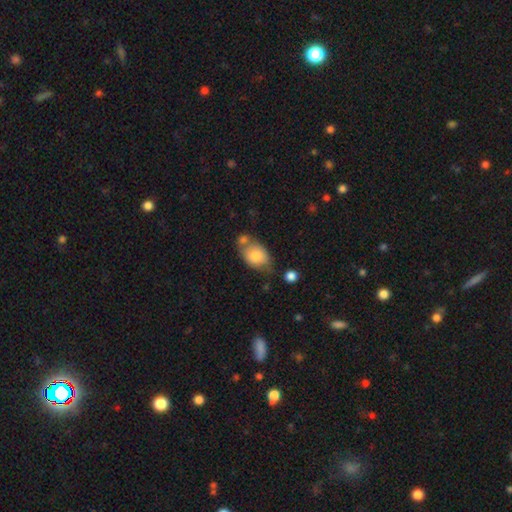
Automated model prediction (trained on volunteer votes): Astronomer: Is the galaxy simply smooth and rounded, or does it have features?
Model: smooth — 81%.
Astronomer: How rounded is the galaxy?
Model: in between — 77%.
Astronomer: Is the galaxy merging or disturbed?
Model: none — 46% (runner-up: merger, 24%).